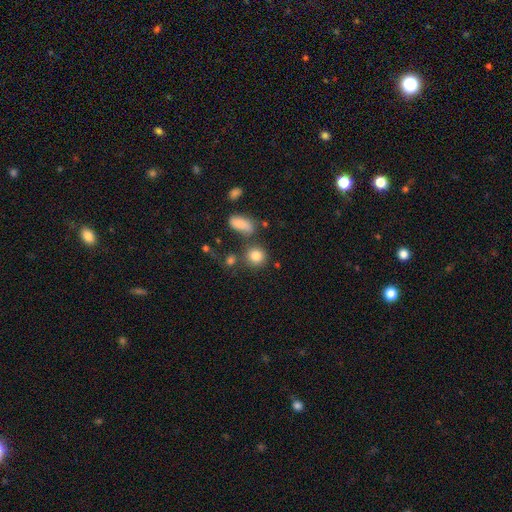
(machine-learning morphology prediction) Smooth or featured? smooth (82%)
How rounded? round (79%)
Merging? none (70%)